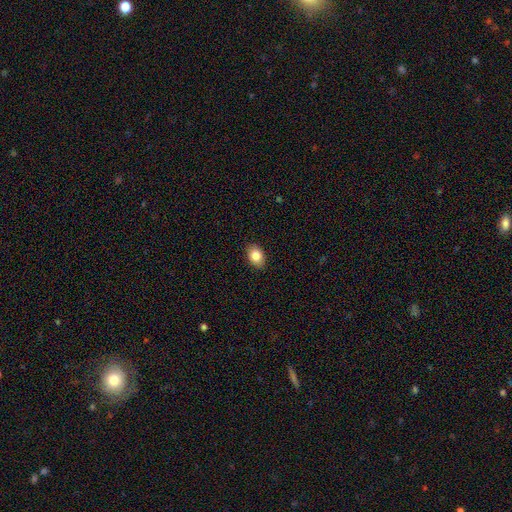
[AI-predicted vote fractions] Q: Smooth or featured?
A: smooth (85%); runner-up: star or artifact (8%)
Q: How rounded?
A: in between (74%); runner-up: round (25%)
Q: Merging?
A: none (89%); runner-up: minor disturbance (9%)